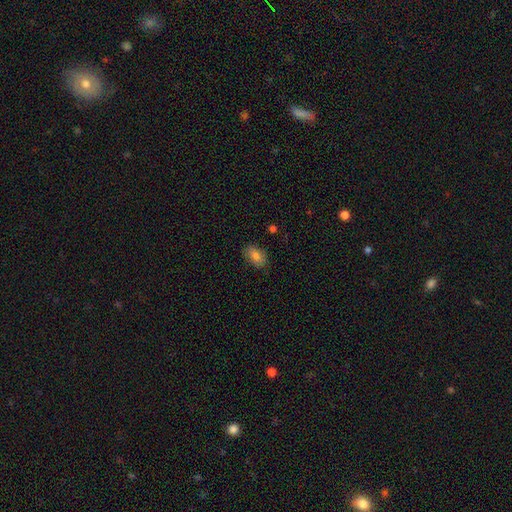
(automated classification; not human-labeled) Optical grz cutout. It shows a smooth galaxy with no disk features (82%) that is in between round and cigar-shaped (89%). Merging: none (83%).